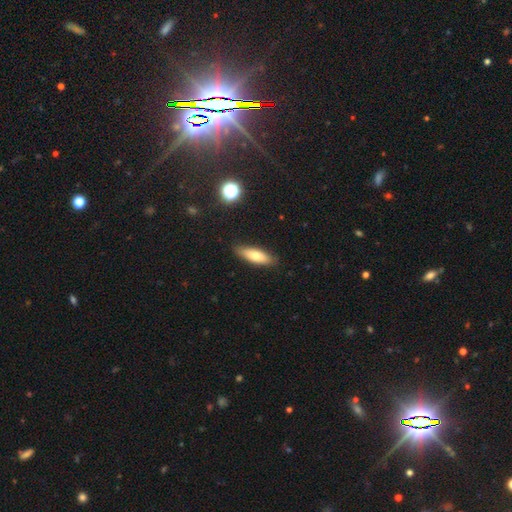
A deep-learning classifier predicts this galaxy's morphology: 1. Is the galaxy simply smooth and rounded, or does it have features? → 73% smooth, 19% featured or disk, 7% star or artifact.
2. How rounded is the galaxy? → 51% in between, 47% cigar-shaped, 2% round.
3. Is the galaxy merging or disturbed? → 87% none, 9% minor disturbance, 2% major disturbance, 1% merger.